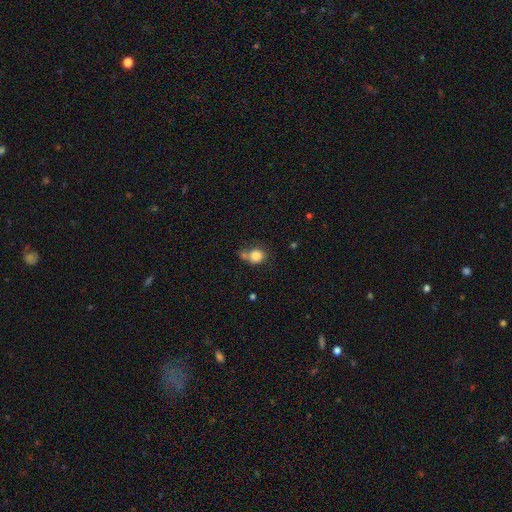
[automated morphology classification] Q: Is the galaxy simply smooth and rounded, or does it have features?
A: smooth — 82%.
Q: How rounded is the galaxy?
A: round — 76%.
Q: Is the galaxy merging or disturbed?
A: none — 43%.